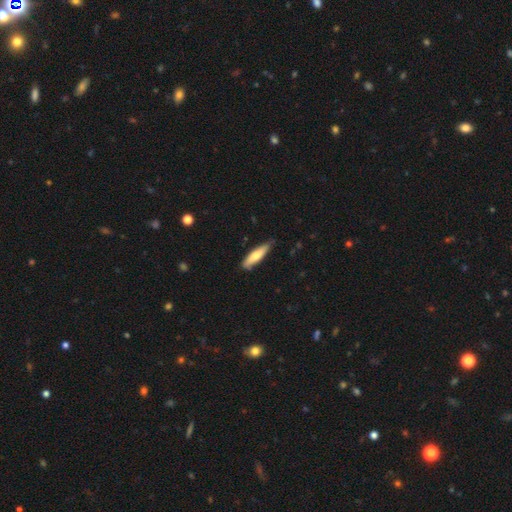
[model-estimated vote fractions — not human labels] A smooth galaxy with no disk features (66%) that is cigar-shaped (69%).

Vote fractions:
- Smooth or featured? smooth: 66% / featured or disk: 29% / star or artifact: 5%
- How rounded? cigar-shaped: 69% / in between: 29% / round: 2%
- Merging? none: 74% / minor disturbance: 22% / major disturbance: 3% / merger: 1%